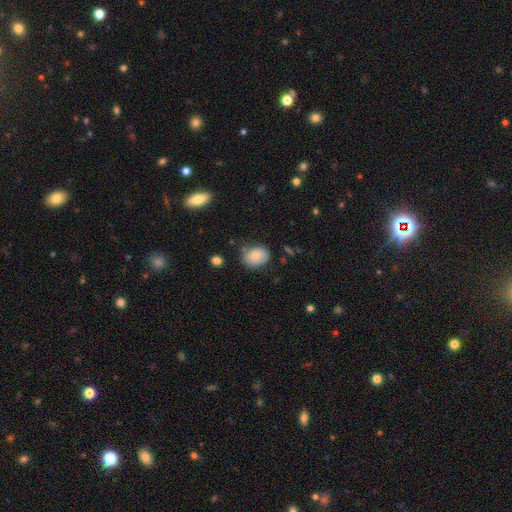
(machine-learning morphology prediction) smooth 77%, featured or disk 14%, star or artifact 8%. Down the decision tree: how rounded — in between (57%); merging — none (69%).